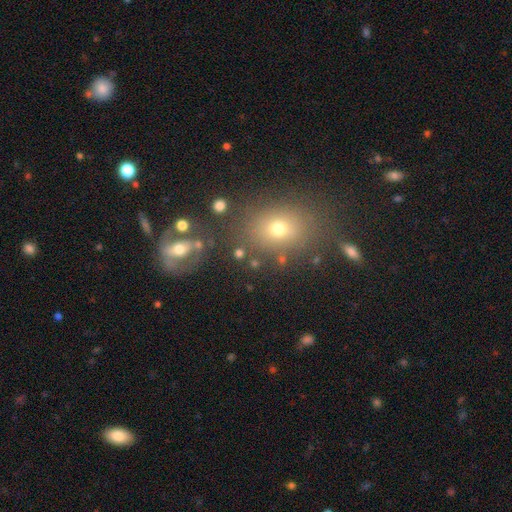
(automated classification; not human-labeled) smooth_or_featured: smooth (p=0.58) [alt: star or artifact p=0.25]
how_rounded: in between (p=0.52) [alt: round p=0.46]
merging: none (p=0.72) [alt: minor disturbance p=0.13]